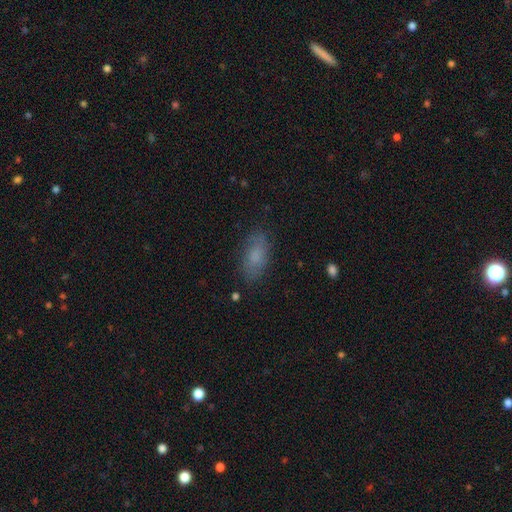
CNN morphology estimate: Smooth or featured?
  - smooth: 75% *
  - featured or disk: 16%
  - star or artifact: 10%
How rounded?
  - in between: 87% *
  - cigar-shaped: 9%
  - round: 4%
Merging?
  - none: 80% *
  - minor disturbance: 14%
  - major disturbance: 4%
  - merger: 1%